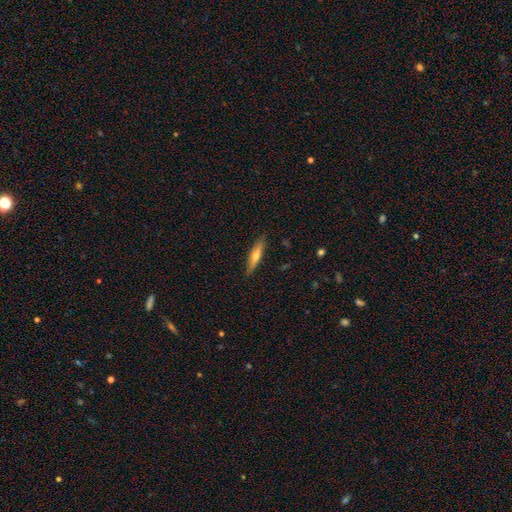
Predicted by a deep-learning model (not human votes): Smooth or featured?
  - featured or disk: 48% *
  - smooth: 46%
  - star or artifact: 6%
Merging?
  - none: 87% *
  - minor disturbance: 10%
  - major disturbance: 2%
  - merger: 1%